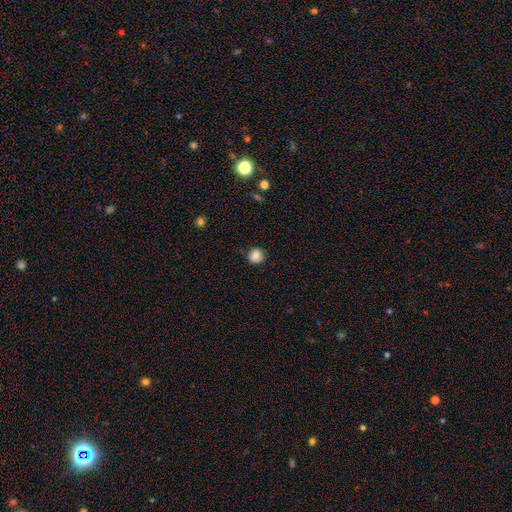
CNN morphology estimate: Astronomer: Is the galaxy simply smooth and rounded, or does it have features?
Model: smooth — 86%.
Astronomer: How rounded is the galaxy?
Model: round — 92%.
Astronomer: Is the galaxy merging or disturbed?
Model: none — 86%.